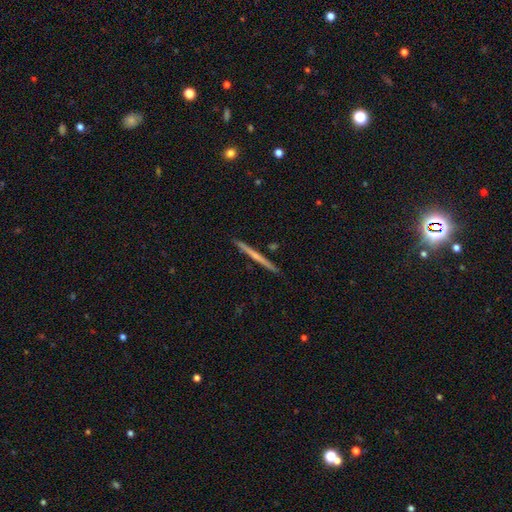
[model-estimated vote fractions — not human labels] smooth-or-featured: featured or disk: 53% | smooth: 41% | star or artifact: 5%
  disk-edge-on: yes: 98% | no: 2%
    edge-on-bulge: none: 82% | rounded: 14% | boxy: 4%
  merging: none: 92% | minor disturbance: 5% | merger: 1% | major disturbance: 1%